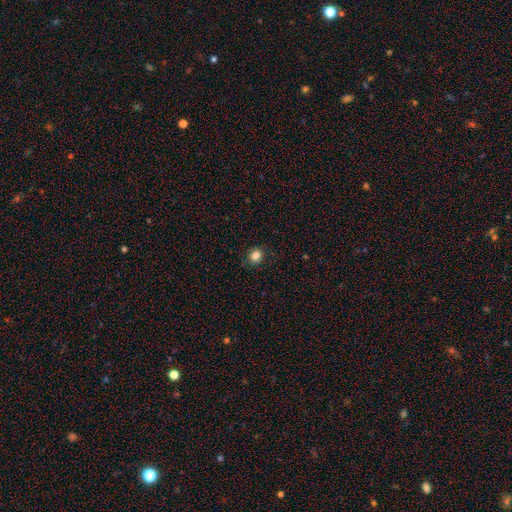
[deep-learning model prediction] The model was most divided on "how rounded": round: 76%, in between: 23%, cigar-shaped: 1%. More confident: merging — none (89%); smooth or featured — smooth (85%).